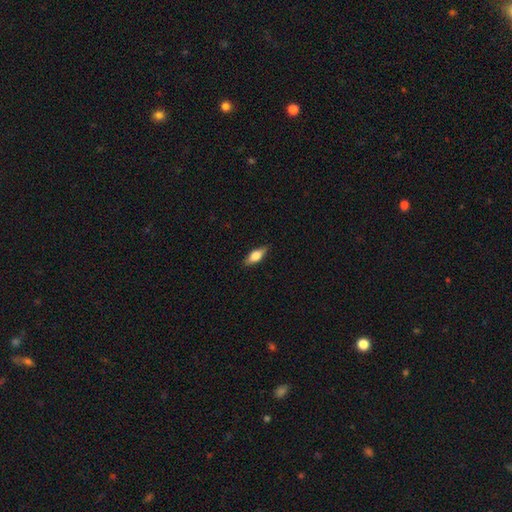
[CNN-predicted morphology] Smooth or featured: smooth — 63% (featured or disk — 30%)
How rounded: in between — 72% (cigar-shaped — 25%)
Merging: none — 86% (minor disturbance — 11%)